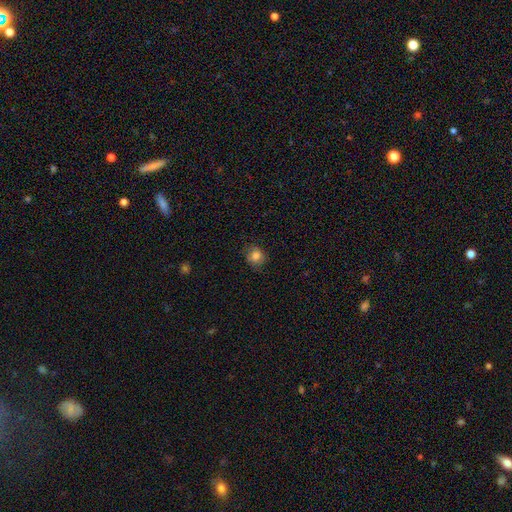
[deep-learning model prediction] Smooth or featured?
  - smooth: 82% *
  - star or artifact: 11%
  - featured or disk: 7%
How rounded?
  - round: 78% *
  - in between: 21%
  - cigar-shaped: 1%
Merging?
  - none: 81% *
  - minor disturbance: 15%
  - major disturbance: 4%
  - merger: 1%